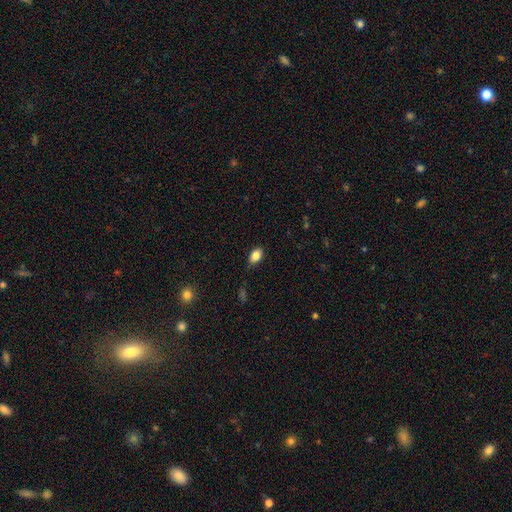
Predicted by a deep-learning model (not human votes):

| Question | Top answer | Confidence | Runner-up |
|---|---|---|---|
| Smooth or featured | smooth | 85% | star or artifact (9%) |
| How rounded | in between | 86% | round (12%) |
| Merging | none | 80% | minor disturbance (16%) |